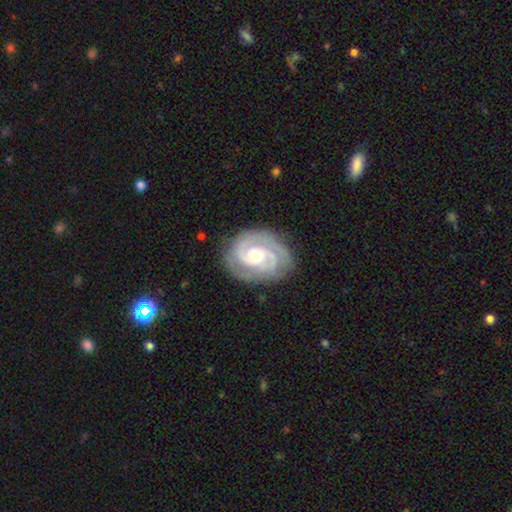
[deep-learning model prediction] This appears to be a featured or disk galaxy (88%) with no bar (64%), 2 (51%) tight (63%) spiral arms (97%) and a small central bulge (54%). Merging: none (79%).